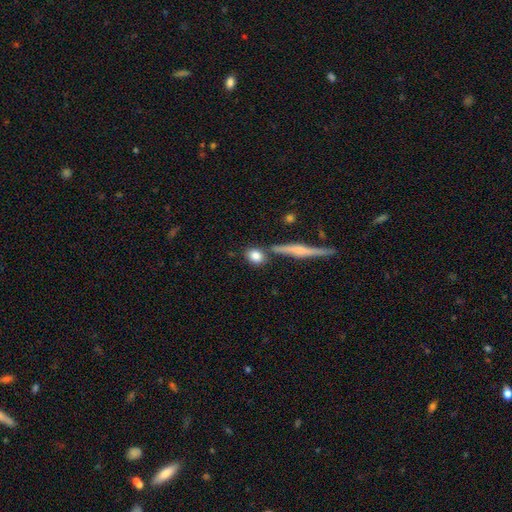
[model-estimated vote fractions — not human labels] This is clearly a smooth galaxy (81%). How rounded: possibly round (52%). Merging: likely none (69%).